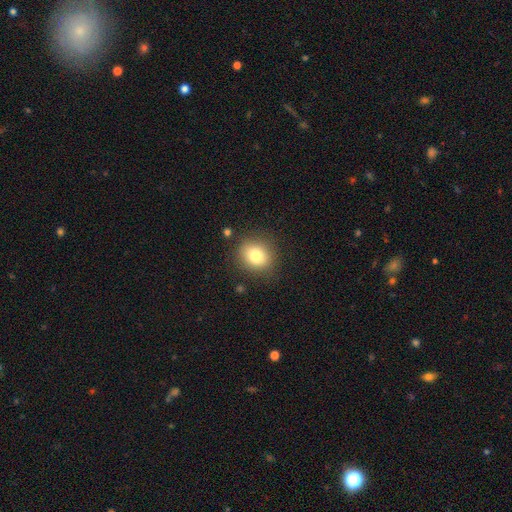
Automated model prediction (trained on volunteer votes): Overall: smooth (80%). How rounded: round (73%). Merging: none (86%).